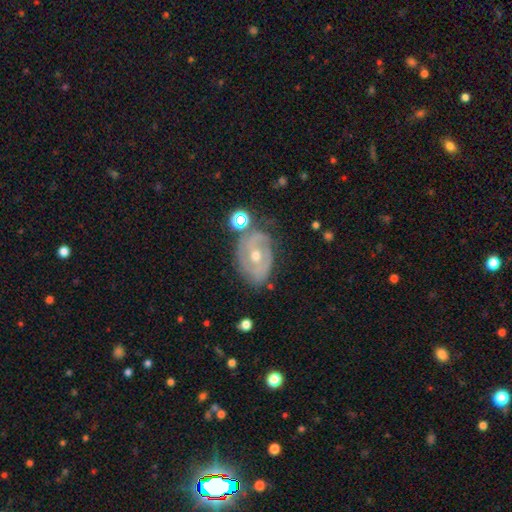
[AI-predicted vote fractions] Q: Smooth or featured?
A: featured or disk (80%); runner-up: smooth (12%)
Q: Edge-on disk?
A: no (96%); runner-up: yes (4%)
Q: Bar?
A: no (59%); runner-up: weak (31%)
Q: Spiral arms?
A: yes (88%); runner-up: no (12%)
Q: Spiral winding?
A: tight (57%); runner-up: medium (32%)
Q: Spiral arm count?
A: 2 (52%); runner-up: can't tell (24%)
Q: Bulge size?
A: moderate (58%); runner-up: small (39%)
Q: Merging?
A: none (62%); runner-up: minor disturbance (23%)